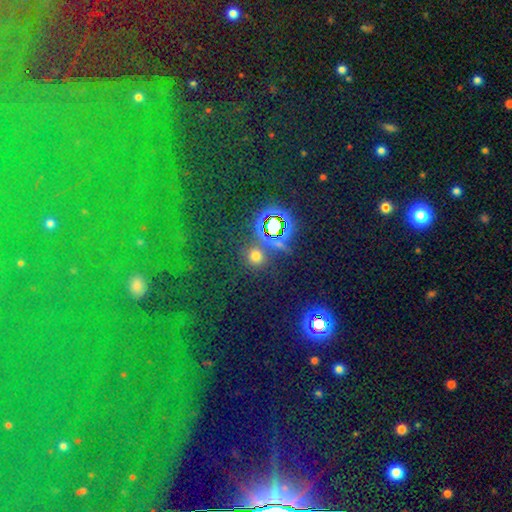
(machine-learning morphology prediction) Smooth or featured?
  - smooth: 52% *
  - star or artifact: 41%
  - featured or disk: 7%
How rounded?
  - round: 89% *
  - in between: 10%
  - cigar-shaped: 1%
Merging?
  - none: 81% *
  - minor disturbance: 8%
  - merger: 7%
  - major disturbance: 4%